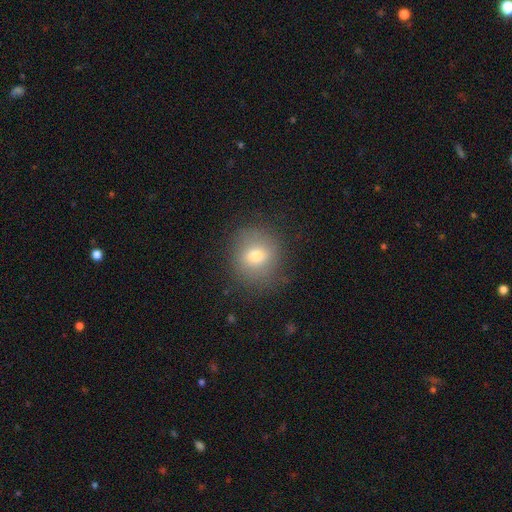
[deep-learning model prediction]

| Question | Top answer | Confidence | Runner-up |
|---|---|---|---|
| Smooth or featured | smooth | 73% | featured or disk (15%) |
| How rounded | round | 84% | in between (15%) |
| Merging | none | 82% | minor disturbance (12%) |